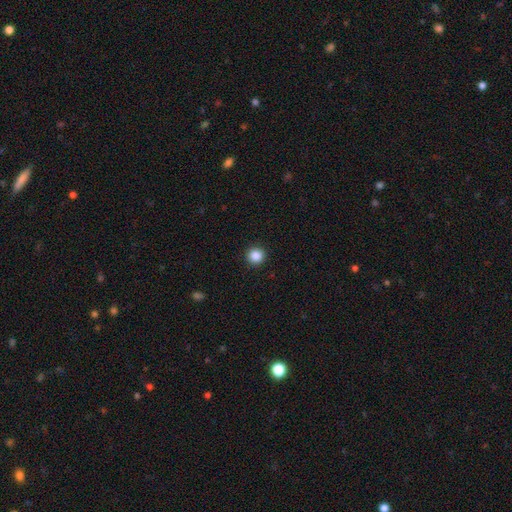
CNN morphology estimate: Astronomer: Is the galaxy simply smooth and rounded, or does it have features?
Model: smooth — 87%.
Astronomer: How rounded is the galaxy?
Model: round — 94%.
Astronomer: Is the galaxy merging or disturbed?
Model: none — 93%.